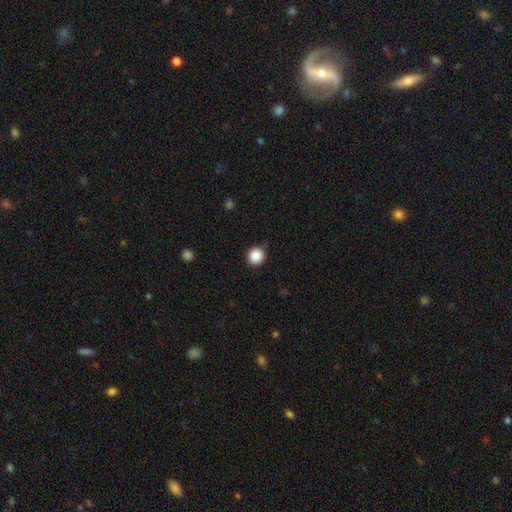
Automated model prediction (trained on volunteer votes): This is clearly a smooth galaxy (88%). How rounded: clearly round (93%). Merging: clearly none (86%).